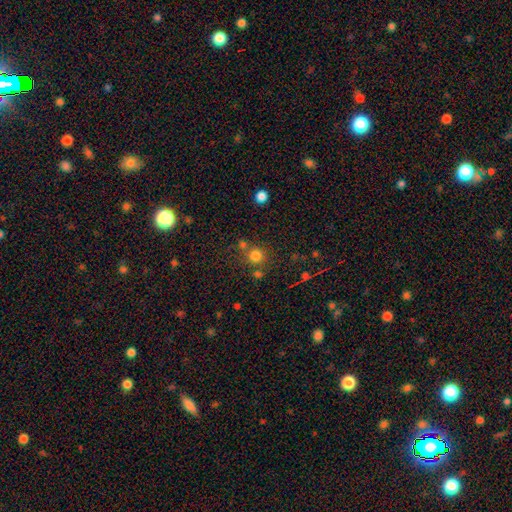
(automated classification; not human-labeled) A smooth galaxy with no disk features (78%) that is round (91%).

Vote fractions:
- Smooth or featured? smooth: 78% / star or artifact: 15% / featured or disk: 7%
- How rounded? round: 91% / in between: 8% / cigar-shaped: 1%
- Merging? none: 70% / merger: 16% / minor disturbance: 9% / major disturbance: 4%